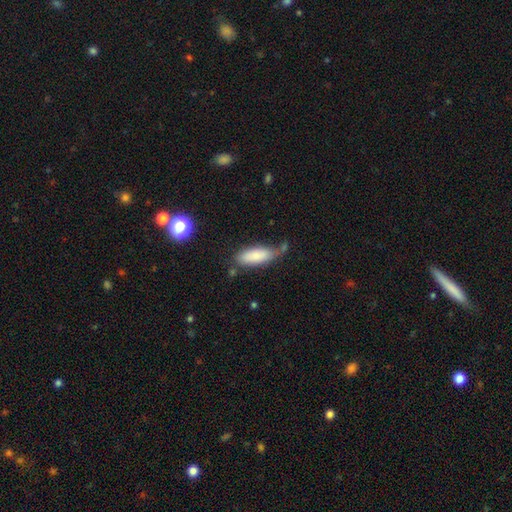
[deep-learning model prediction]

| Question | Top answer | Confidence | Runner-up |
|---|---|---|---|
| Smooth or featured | smooth | 80% | featured or disk (13%) |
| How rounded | in between | 67% | cigar-shaped (31%) |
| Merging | none | 55% | minor disturbance (27%) |